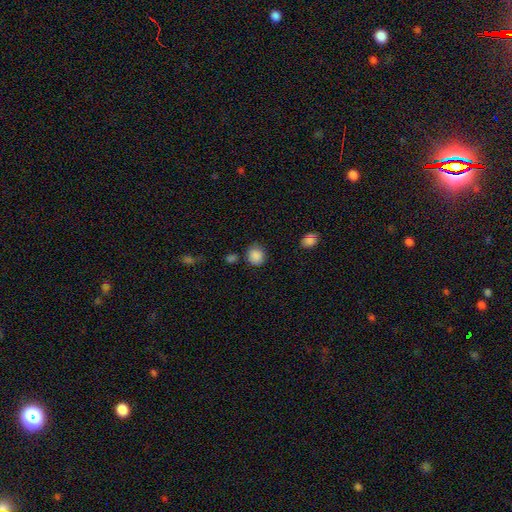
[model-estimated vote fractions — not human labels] Overall: smooth (87%). How rounded: round (79%). Merging: none (77%).